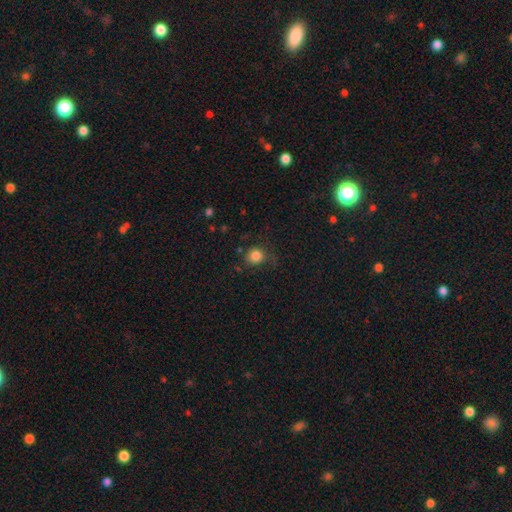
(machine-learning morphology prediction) Smooth or featured? Predicted: smooth (p=0.83). How rounded? Predicted: round (p=0.85). Merging? Predicted: none (p=0.69).